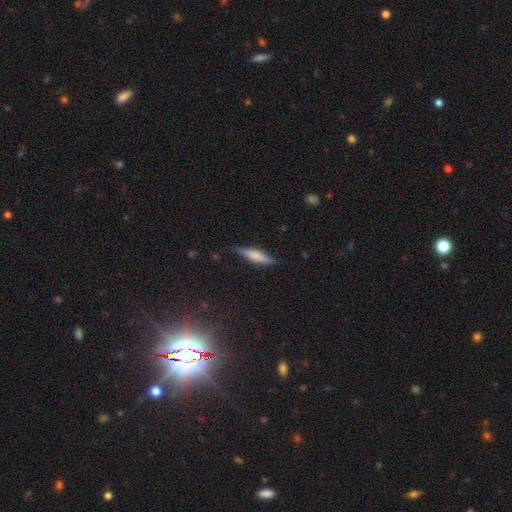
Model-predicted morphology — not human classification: Q: Smooth or featured?
A: smooth (53%); runner-up: featured or disk (39%)
Q: How rounded?
A: cigar-shaped (71%); runner-up: in between (27%)
Q: Merging?
A: none (78%); runner-up: minor disturbance (16%)